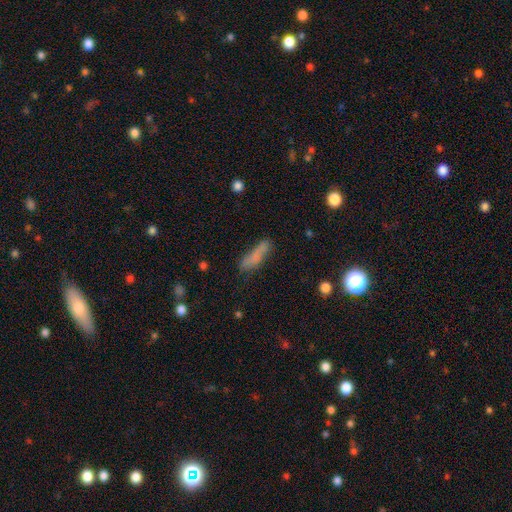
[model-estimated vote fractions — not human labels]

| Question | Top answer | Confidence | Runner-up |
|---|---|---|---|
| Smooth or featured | smooth | 74% | featured or disk (16%) |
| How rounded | cigar-shaped | 71% | in between (27%) |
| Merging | none | 64% | minor disturbance (22%) |